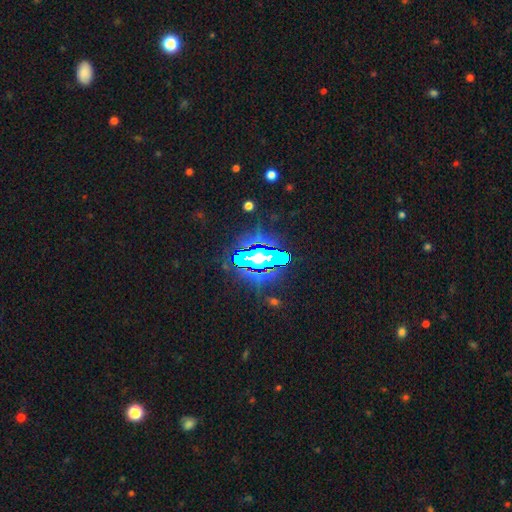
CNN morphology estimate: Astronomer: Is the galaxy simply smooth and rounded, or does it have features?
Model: star or artifact — 63%.